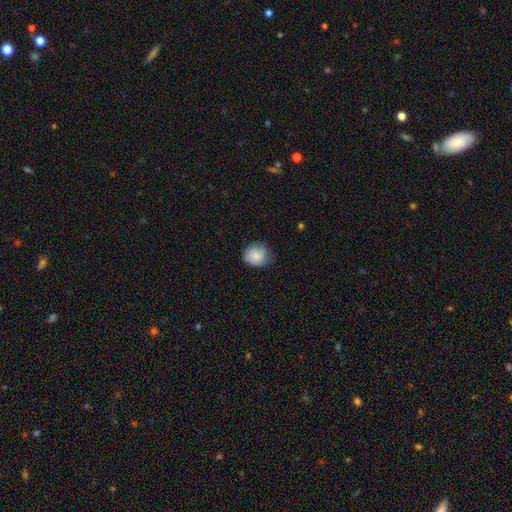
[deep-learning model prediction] smooth_or_featured: smooth (p=0.85) [alt: star or artifact p=0.07]
how_rounded: round (p=0.79) [alt: in between p=0.20]
merging: none (p=0.71) [alt: minor disturbance p=0.24]